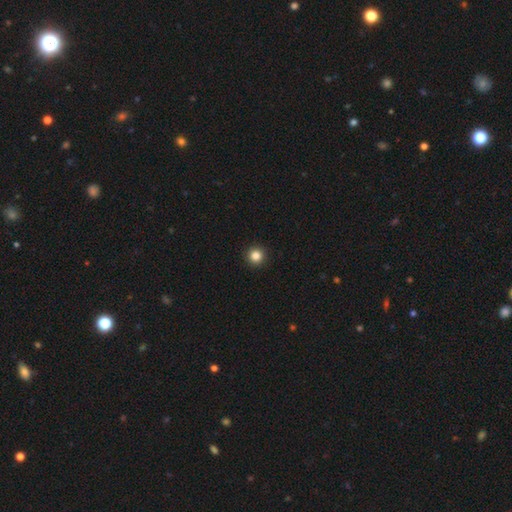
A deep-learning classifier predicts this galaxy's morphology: smooth-or-featured: smooth: 84% | star or artifact: 12% | featured or disk: 4%
  how-rounded: round: 96% | in between: 3% | cigar-shaped: 1%
  merging: none: 94% | minor disturbance: 4% | major disturbance: 1% | merger: 1%